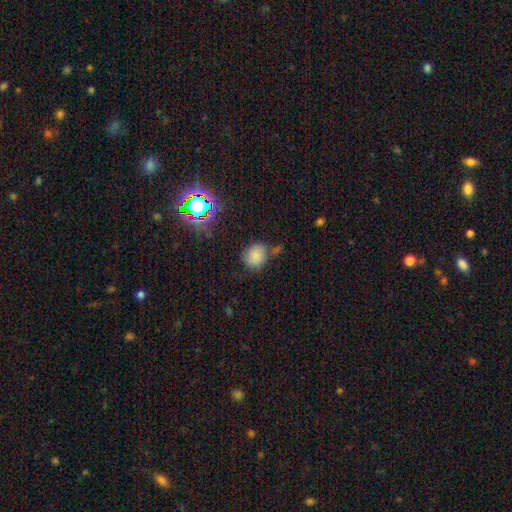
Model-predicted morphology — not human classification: Smooth or featured? Predicted: smooth (p=0.78). How rounded? Predicted: round (p=0.69). Merging? Predicted: none (p=0.65).